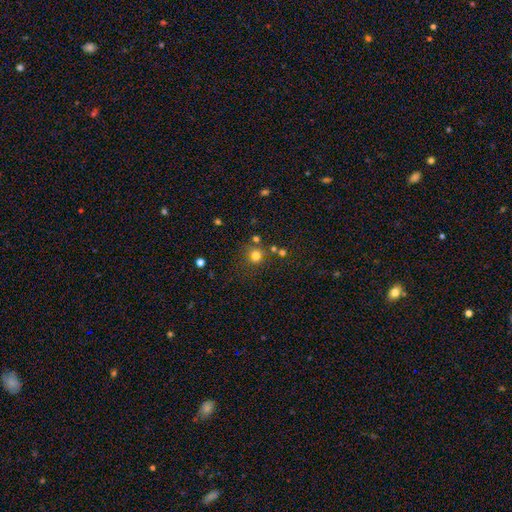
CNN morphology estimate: A smooth galaxy with no disk features (73%) that is round (89%).

Vote fractions:
- Smooth or featured? smooth: 73% / star or artifact: 19% / featured or disk: 8%
- How rounded? round: 89% / in between: 10% / cigar-shaped: 1%
- Merging? none: 69% / merger: 13% / minor disturbance: 12% / major disturbance: 6%